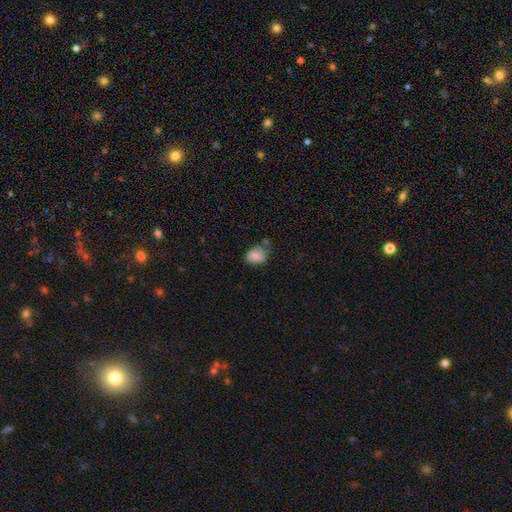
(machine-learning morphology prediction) This is clearly a smooth galaxy (82%). How rounded: likely in between (64%). Merging: possibly none (59%).